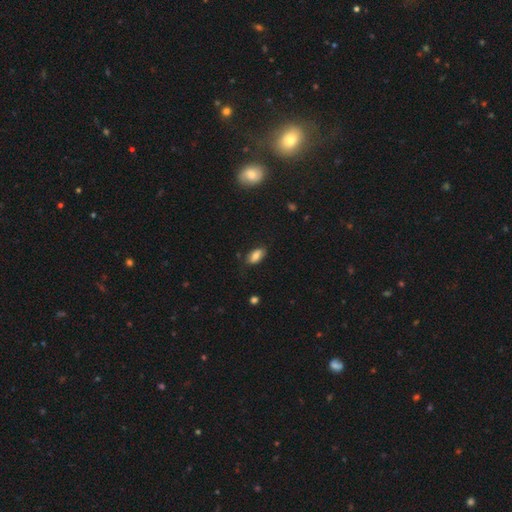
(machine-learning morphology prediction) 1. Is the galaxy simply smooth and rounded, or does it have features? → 79% smooth, 12% featured or disk, 9% star or artifact.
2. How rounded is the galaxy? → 90% in between, 7% cigar-shaped, 3% round.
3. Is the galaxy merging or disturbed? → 78% none, 17% minor disturbance, 4% major disturbance, 1% merger.